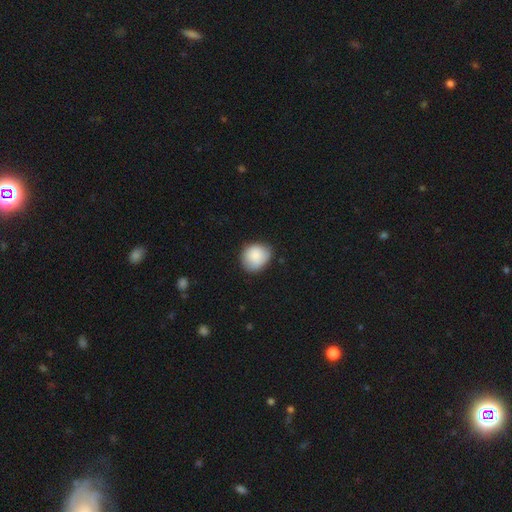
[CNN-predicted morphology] The model was most divided on "how rounded": round: 68%, in between: 31%, cigar-shaped: 1%. More confident: smooth or featured — smooth (86%); merging — none (68%).